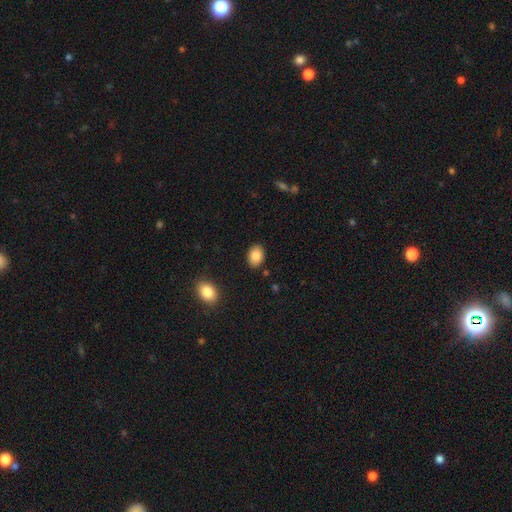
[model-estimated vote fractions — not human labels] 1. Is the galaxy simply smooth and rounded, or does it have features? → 86% smooth, 8% star or artifact, 7% featured or disk.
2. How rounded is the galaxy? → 78% in between, 21% round, 1% cigar-shaped.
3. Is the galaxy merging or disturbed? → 87% none, 9% minor disturbance, 2% major disturbance, 2% merger.